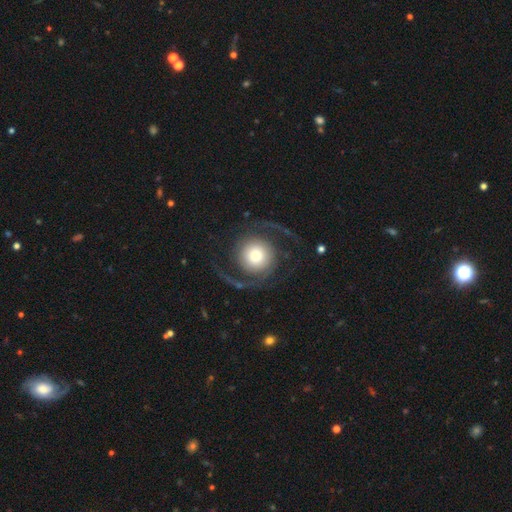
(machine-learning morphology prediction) This is likely a featured or disk galaxy (72%). It is clearly not viewed edge-on (97%). Bar: likely no (78%). Spiral arm pattern: clearly yes (91%). Spiral arm count: clearly 2 (87%). Spiral winding: possibly loose (47%). Central bulge: marginally small (33%). Merging: likely none (68%).